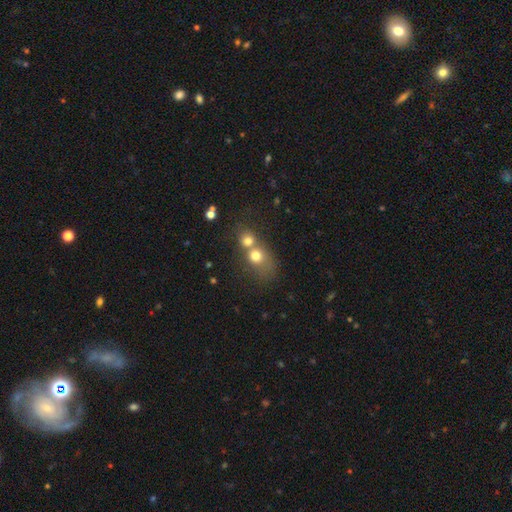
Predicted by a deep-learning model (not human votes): Smooth or featured? Predicted: smooth (p=0.70). How rounded? Predicted: round (p=0.69). Merging? Predicted: merger (p=0.65).